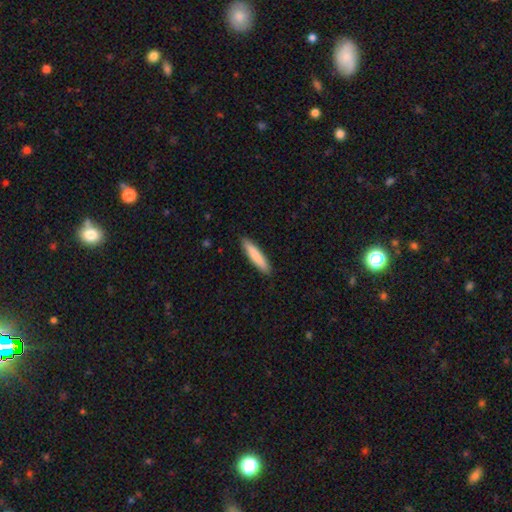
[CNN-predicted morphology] This appears to be a smooth galaxy with no disk features (83%) that is cigar-shaped (87%). Merging: none (91%).